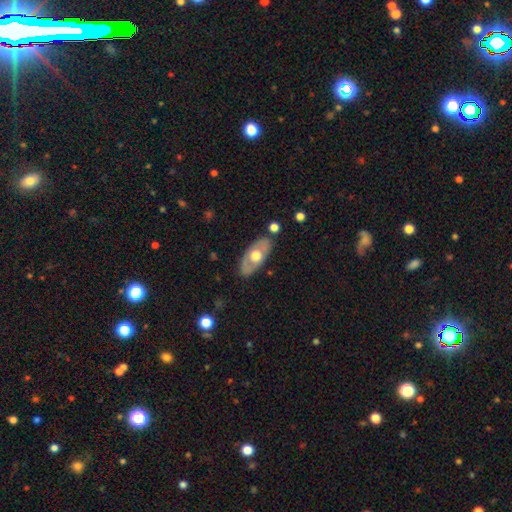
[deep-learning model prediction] smooth-or-featured: featured or disk: 49% | smooth: 45% | star or artifact: 5%
  merging: none: 81% | minor disturbance: 13% | major disturbance: 3% | merger: 3%